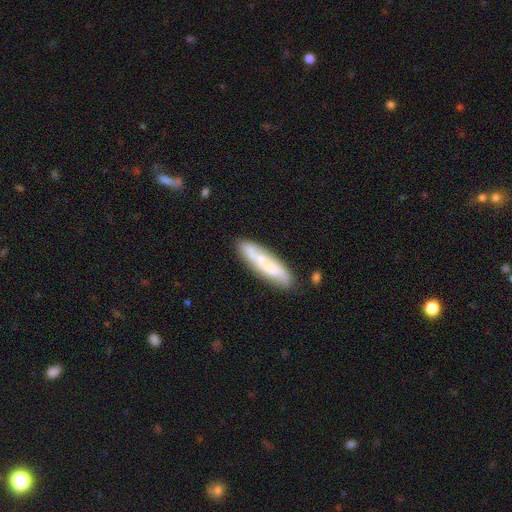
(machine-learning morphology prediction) smooth 52%, featured or disk 41%, star or artifact 7%. Down the decision tree: how rounded — cigar-shaped (64%); merging — none (67%).